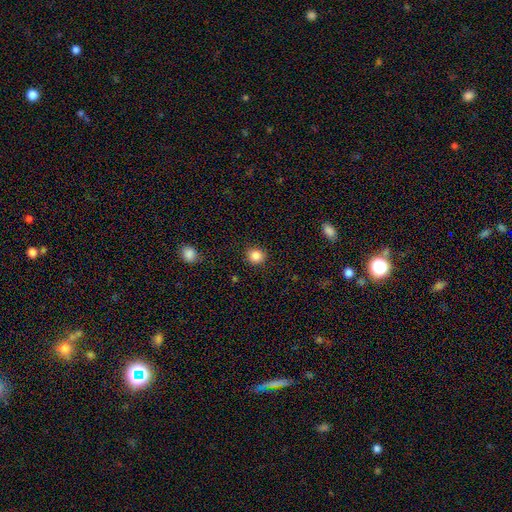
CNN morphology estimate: This appears to be a smooth galaxy with no disk features (86%) that is round (88%). Merging: none (89%).